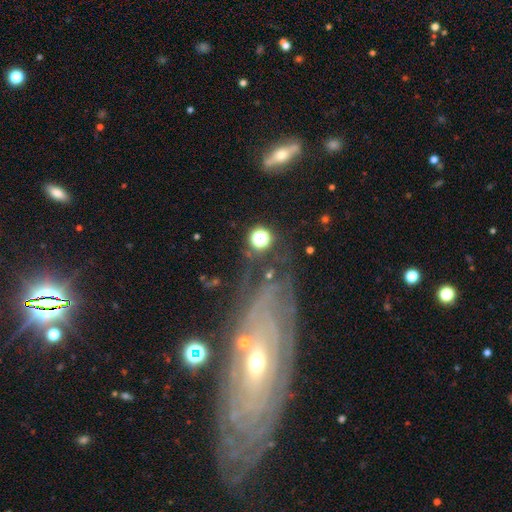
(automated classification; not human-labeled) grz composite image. It shows a featured or disk galaxy (68%) with no bar (66%), spiral arms (77%) and a small central bulge (47%). Merging: none (78%).